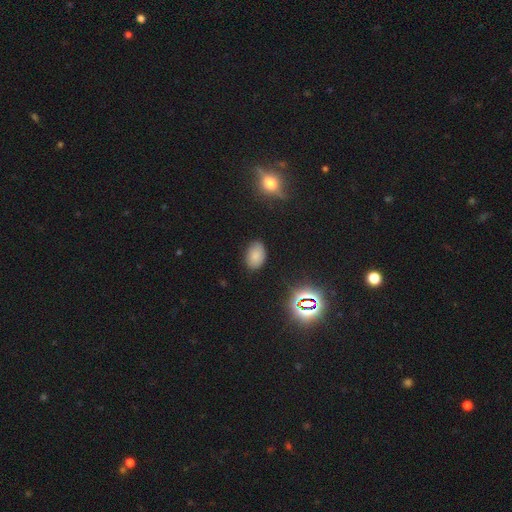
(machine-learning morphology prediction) The model was most divided on "smooth or featured": smooth: 78%, star or artifact: 15%, featured or disk: 7%. More confident: how rounded — in between (88%); merging — none (83%).